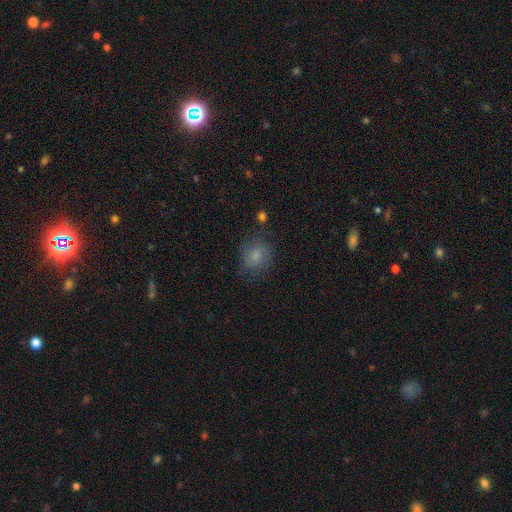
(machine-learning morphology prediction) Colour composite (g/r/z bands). It shows a smooth galaxy with no disk features (75%) that is round (71%). Merging: none (72%).